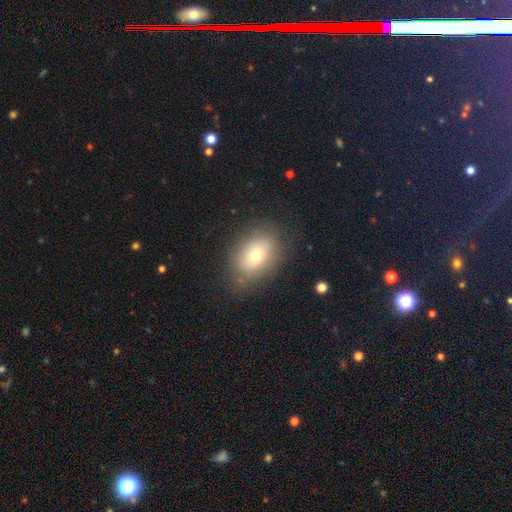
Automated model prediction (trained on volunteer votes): Smooth or featured?
  - smooth: 67% *
  - featured or disk: 21%
  - star or artifact: 12%
How rounded?
  - in between: 74% *
  - round: 25%
  - cigar-shaped: 1%
Merging?
  - none: 77% *
  - minor disturbance: 16%
  - major disturbance: 6%
  - merger: 2%